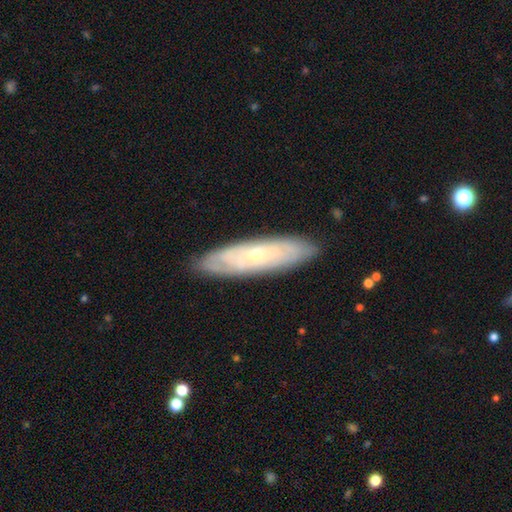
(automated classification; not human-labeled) A featured or disk galaxy (59%). Merging: none (86%).